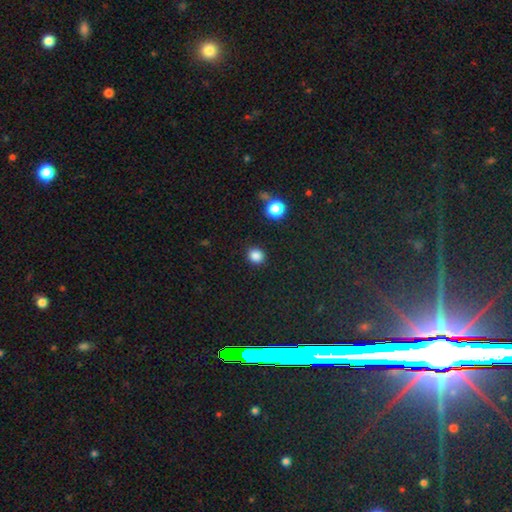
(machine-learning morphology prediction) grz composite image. It shows a smooth galaxy with no disk features (85%) that is round (83%). Merging: none (90%).